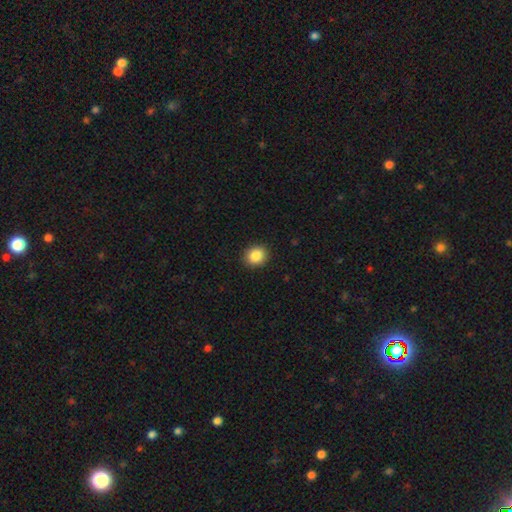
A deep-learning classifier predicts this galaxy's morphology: Smooth or featured? smooth (87%)
How rounded? round (73%)
Merging? none (91%)